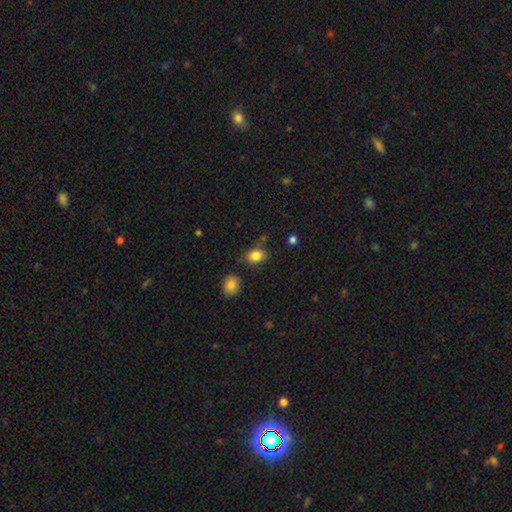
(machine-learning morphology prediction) This appears to be a smooth galaxy with no disk features (84%) that is in between round and cigar-shaped (61%). Merging: none (75%).